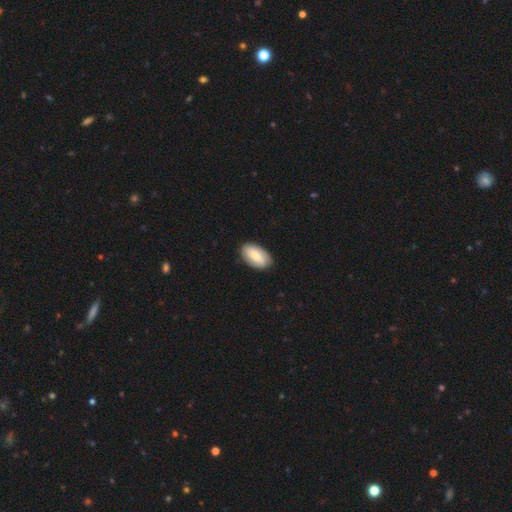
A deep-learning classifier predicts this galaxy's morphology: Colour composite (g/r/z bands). It shows a smooth galaxy with no disk features (74%) that is in between round and cigar-shaped (94%). Merging: none (86%).